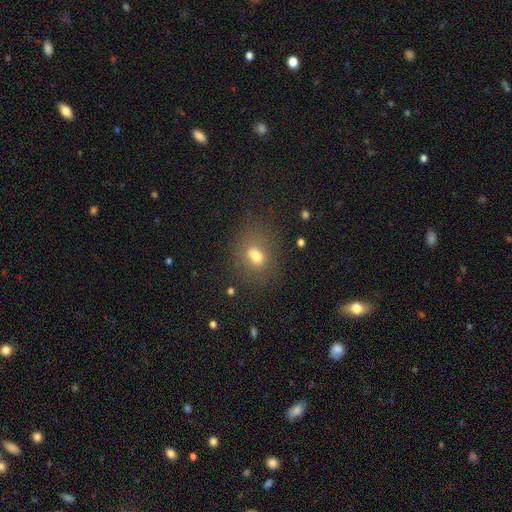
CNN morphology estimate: A smooth galaxy with no disk features (72%) that is in between round and cigar-shaped (67%).

Vote fractions:
- Smooth or featured? smooth: 72% / star or artifact: 14% / featured or disk: 14%
- How rounded? in between: 67% / round: 30% / cigar-shaped: 3%
- Merging? none: 72% / minor disturbance: 16% / major disturbance: 9% / merger: 3%